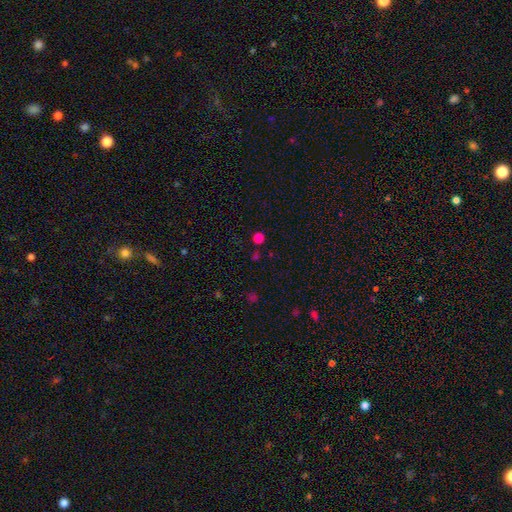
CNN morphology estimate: Overall: smooth (69%). How rounded: round (91%). Merging: none (84%).